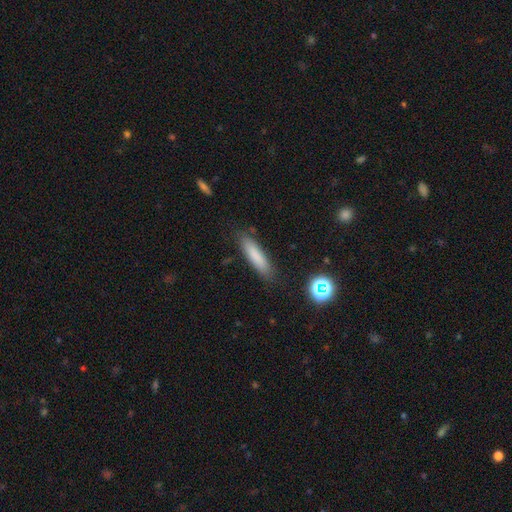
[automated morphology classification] smooth_or_featured: smooth (p=0.80) [alt: featured or disk p=0.11]
how_rounded: cigar-shaped (p=0.78) [alt: in between p=0.21]
merging: none (p=0.84) [alt: minor disturbance p=0.11]